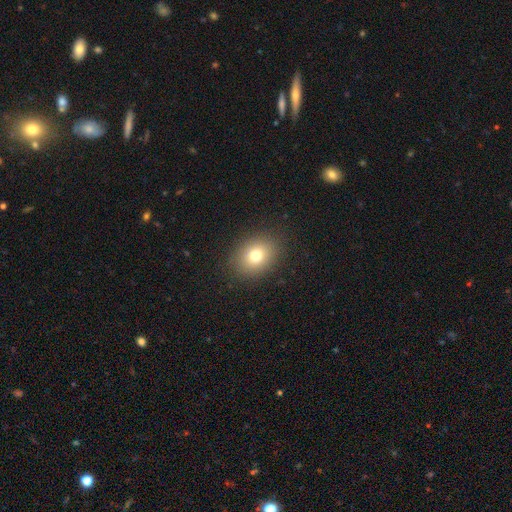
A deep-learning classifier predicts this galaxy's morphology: A smooth galaxy with no disk features (77%) that is in between round and cigar-shaped (58%). Merging: none (88%).